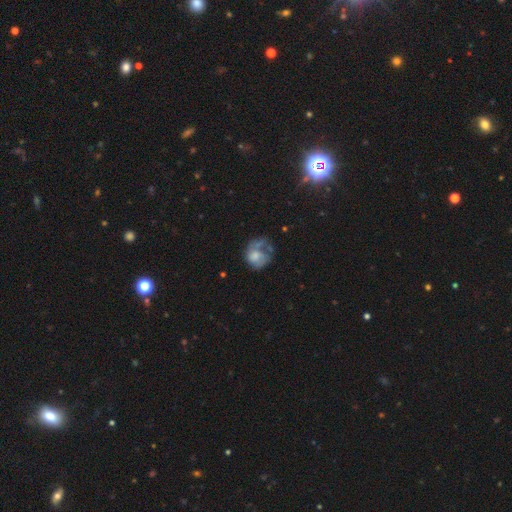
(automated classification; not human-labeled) A smooth galaxy with no disk features (49%).

Vote fractions:
- Smooth or featured? smooth: 49% / featured or disk: 42% / star or artifact: 9%
- Merging? major disturbance: 40% / none: 28% / minor disturbance: 22% / merger: 10%